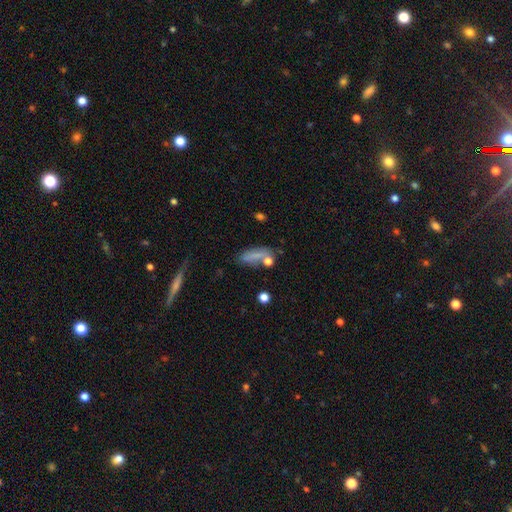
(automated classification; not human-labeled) This appears to be a smooth galaxy with no disk features (70%) that is in between round and cigar-shaped (54%). Merging: none (57%).